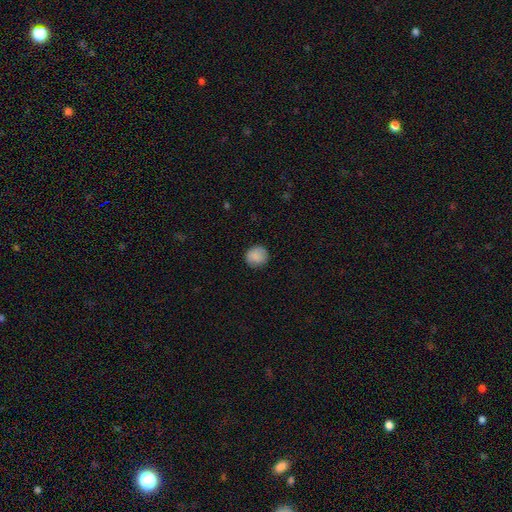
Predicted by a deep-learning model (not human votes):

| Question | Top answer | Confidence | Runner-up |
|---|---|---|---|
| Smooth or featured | smooth | 86% | star or artifact (8%) |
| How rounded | round | 86% | in between (13%) |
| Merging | none | 83% | minor disturbance (13%) |